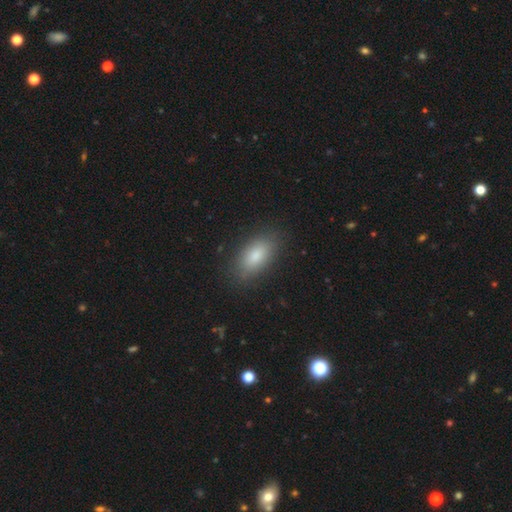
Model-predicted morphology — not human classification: A smooth galaxy with no disk features (83%) that is in between round and cigar-shaped (89%).

Vote fractions:
- Smooth or featured? smooth: 83% / featured or disk: 10% / star or artifact: 8%
- How rounded? in between: 89% / cigar-shaped: 7% / round: 4%
- Merging? none: 85% / minor disturbance: 11% / major disturbance: 3% / merger: 1%